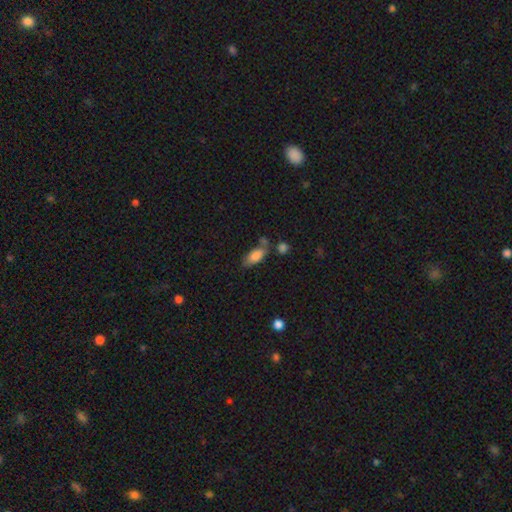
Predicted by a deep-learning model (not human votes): A smooth galaxy with no disk features (81%) that is in between round and cigar-shaped (83%). Merging: none (56%).